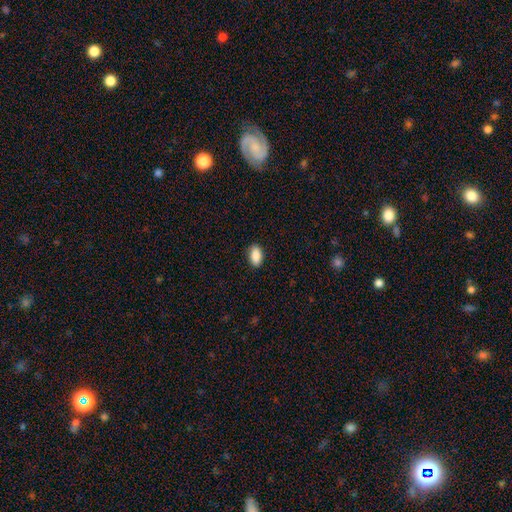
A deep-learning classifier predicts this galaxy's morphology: Smooth or featured? Predicted: smooth (p=0.89). How rounded? Predicted: in between (p=0.92). Merging? Predicted: none (p=0.89).